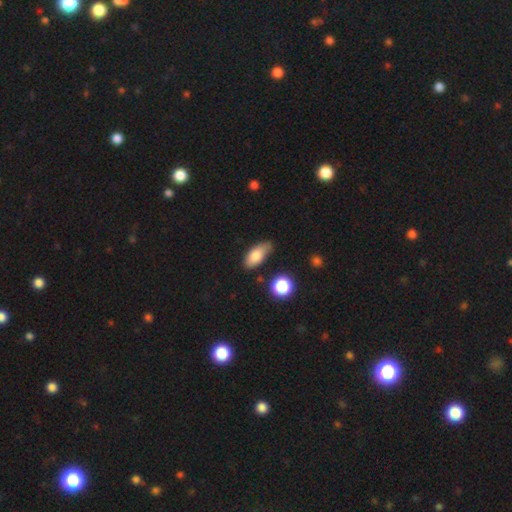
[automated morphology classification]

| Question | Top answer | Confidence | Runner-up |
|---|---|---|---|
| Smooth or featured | smooth | 80% | featured or disk (12%) |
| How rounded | in between | 85% | cigar-shaped (10%) |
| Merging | none | 59% | minor disturbance (29%) |